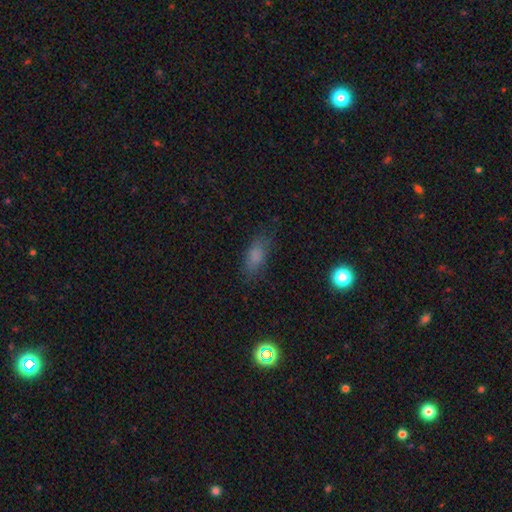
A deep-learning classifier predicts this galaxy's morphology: Overall: smooth (77%). How rounded: in between (80%). Merging: none (76%).